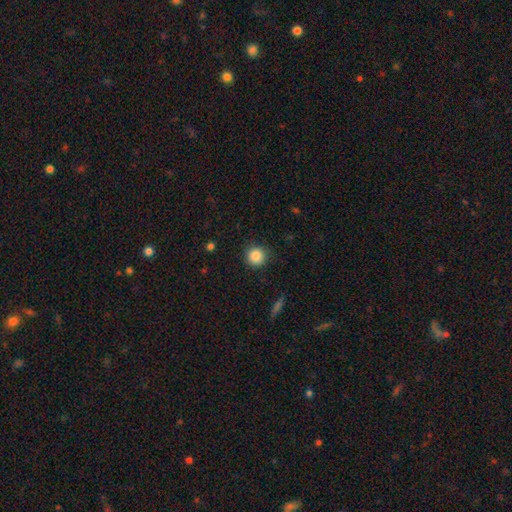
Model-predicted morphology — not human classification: smooth_or_featured: smooth (p=0.86) [alt: star or artifact p=0.10]
how_rounded: round (p=0.94) [alt: in between p=0.05]
merging: none (p=0.87) [alt: minor disturbance p=0.09]